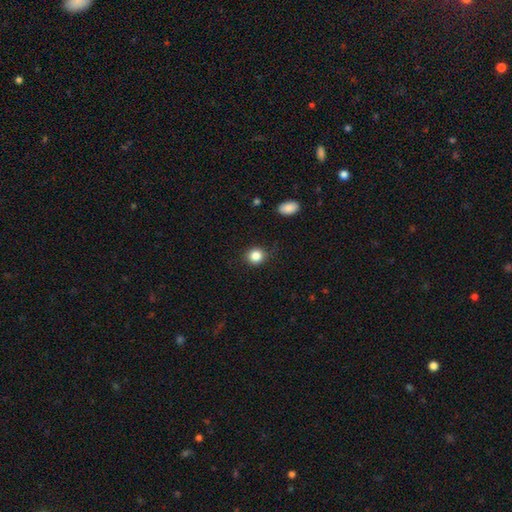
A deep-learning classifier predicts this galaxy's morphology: The model was most divided on "how rounded": round: 85%, in between: 14%, cigar-shaped: 1%. More confident: merging — none (86%); smooth or featured — smooth (85%).